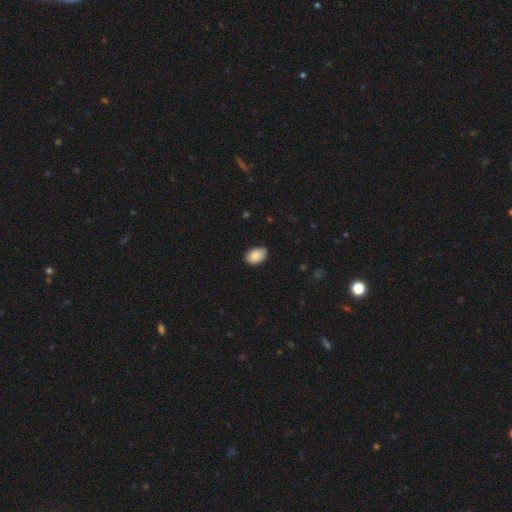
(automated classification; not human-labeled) Overall: smooth (87%). How rounded: in between (84%). Merging: none (72%).